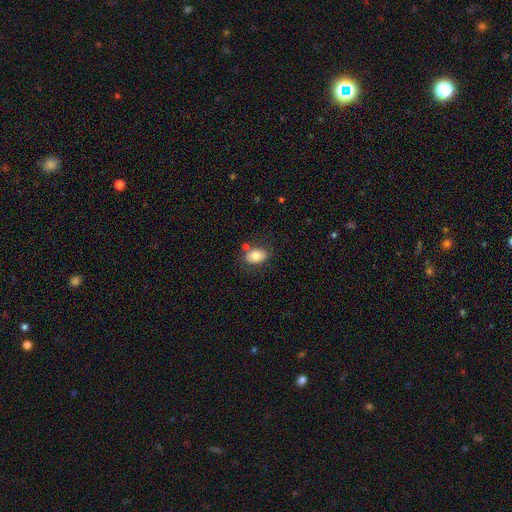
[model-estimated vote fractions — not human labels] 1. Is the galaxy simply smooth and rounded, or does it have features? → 79% smooth, 13% featured or disk, 8% star or artifact.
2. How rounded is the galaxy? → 83% in between, 16% round, 1% cigar-shaped.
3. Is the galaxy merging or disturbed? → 68% none, 16% minor disturbance, 11% merger, 5% major disturbance.